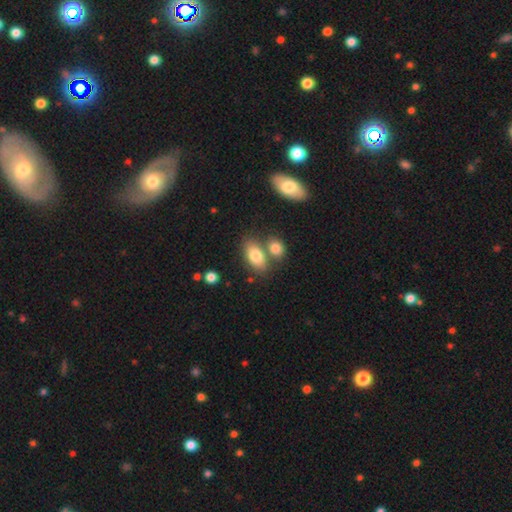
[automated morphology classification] smooth_or_featured: smooth (p=0.80) [alt: featured or disk p=0.13]
how_rounded: in between (p=0.89) [alt: round p=0.07]
merging: none (p=0.54) [alt: merger p=0.31]